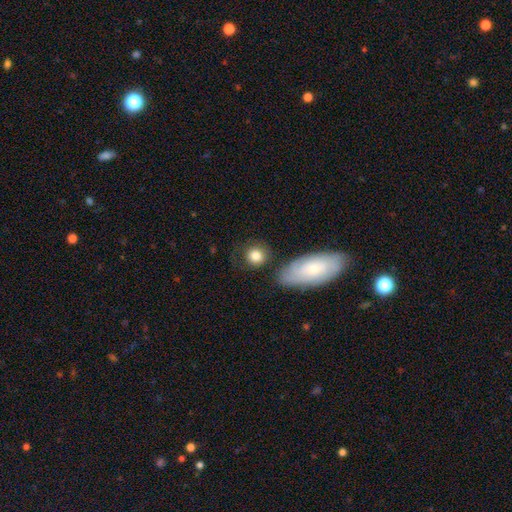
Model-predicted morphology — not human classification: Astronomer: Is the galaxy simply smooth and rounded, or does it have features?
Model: smooth — 83%.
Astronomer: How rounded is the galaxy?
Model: round — 84%.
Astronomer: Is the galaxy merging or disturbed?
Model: none — 75%.